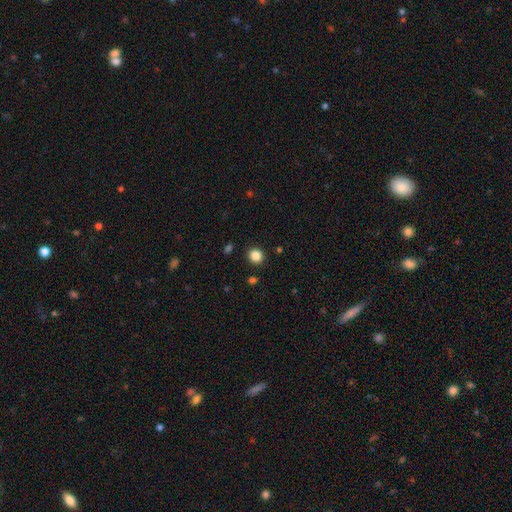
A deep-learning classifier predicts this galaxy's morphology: Q: Smooth or featured?
A: smooth (85%); runner-up: star or artifact (11%)
Q: How rounded?
A: round (81%); runner-up: in between (18%)
Q: Merging?
A: none (91%); runner-up: minor disturbance (6%)